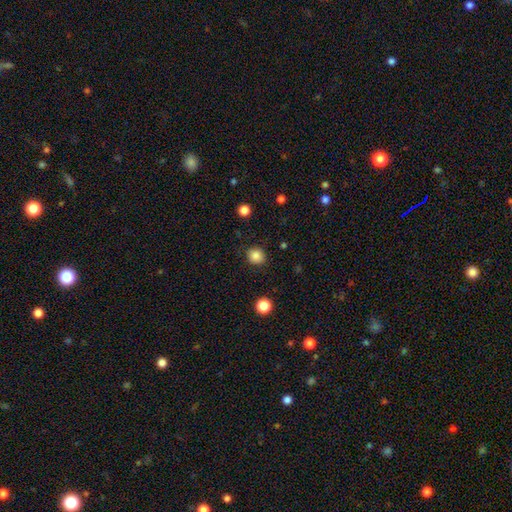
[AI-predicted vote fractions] The model was most divided on "how rounded": round: 86%, in between: 13%, cigar-shaped: 1%. More confident: merging — none (87%); smooth or featured — smooth (85%).